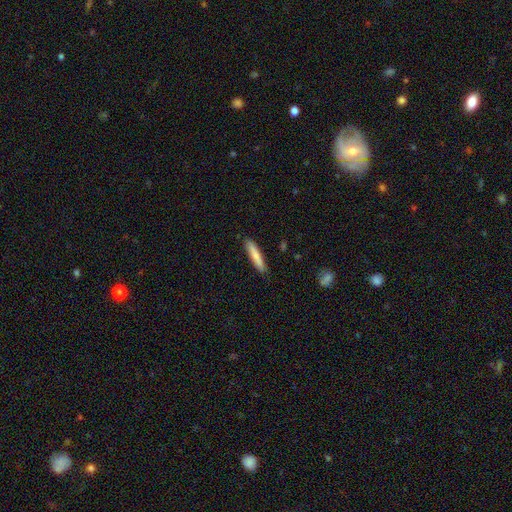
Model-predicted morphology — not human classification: Smooth or featured?
  - smooth: 77% *
  - featured or disk: 17%
  - star or artifact: 6%
How rounded?
  - cigar-shaped: 90% *
  - in between: 9%
  - round: 1%
Merging?
  - none: 88% *
  - minor disturbance: 9%
  - major disturbance: 2%
  - merger: 1%